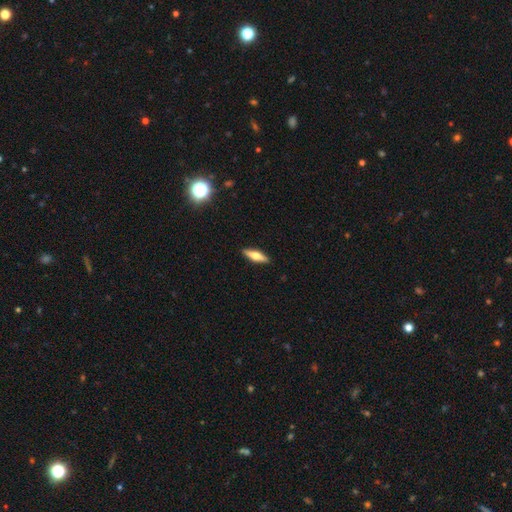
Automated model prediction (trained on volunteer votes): featured or disk 48%, smooth 46%, star or artifact 6%. Down the decision tree: merging — none (91%).